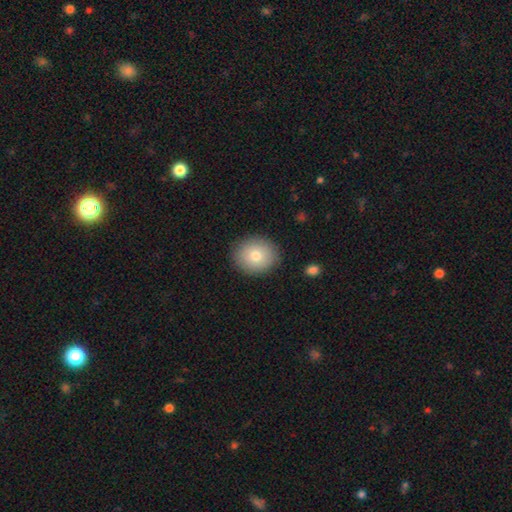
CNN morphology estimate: The model was most divided on "how rounded": round: 76%, in between: 23%, cigar-shaped: 1%. More confident: merging — none (88%); smooth or featured — smooth (78%).